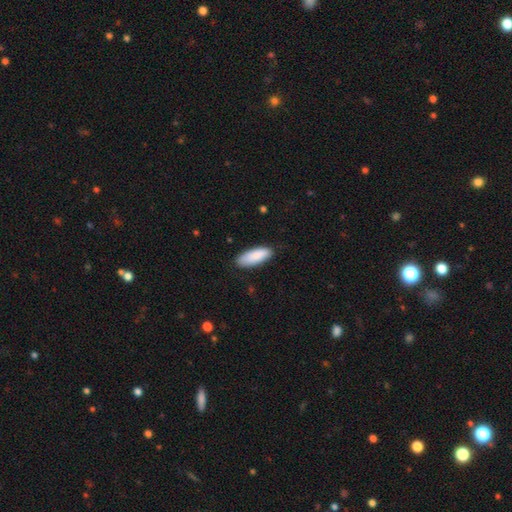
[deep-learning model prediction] Morphology: type=smooth (88%); roundness=in between (73%); merging=none (83%).